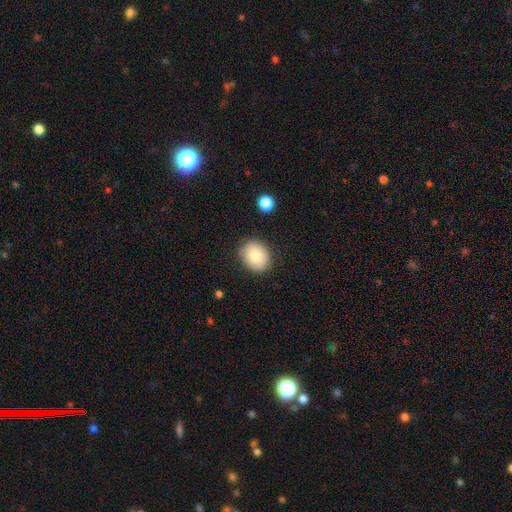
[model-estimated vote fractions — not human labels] The model was most divided on "how rounded": in between: 50%, round: 49%, cigar-shaped: 1%. More confident: merging — none (83%); smooth or featured — smooth (81%).